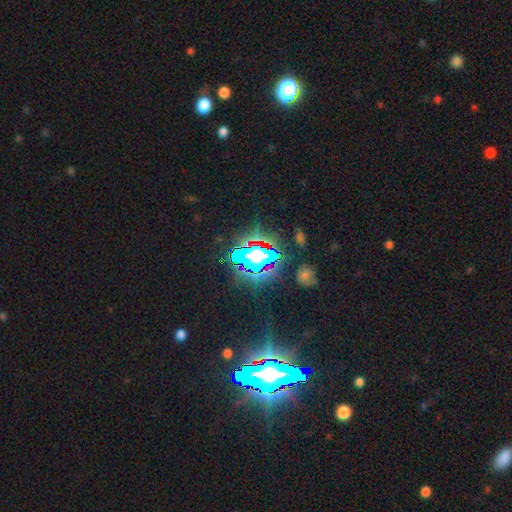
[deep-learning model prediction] This is likely a star or artifact rather than a galaxy (65%).